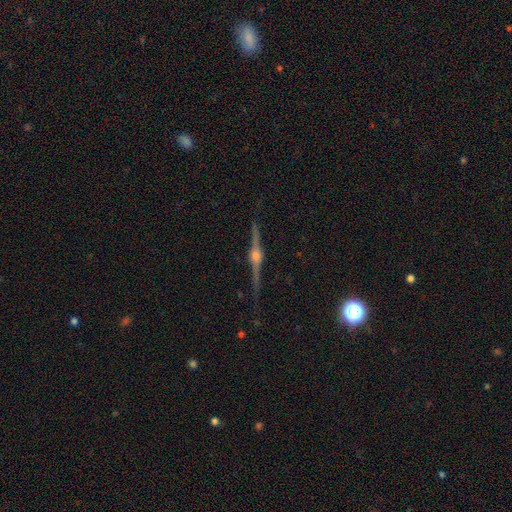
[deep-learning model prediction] This appears to be a featured or disk galaxy (88%) viewed edge-on (98%) with a rounded central bulge (94%). Merging: none (91%).